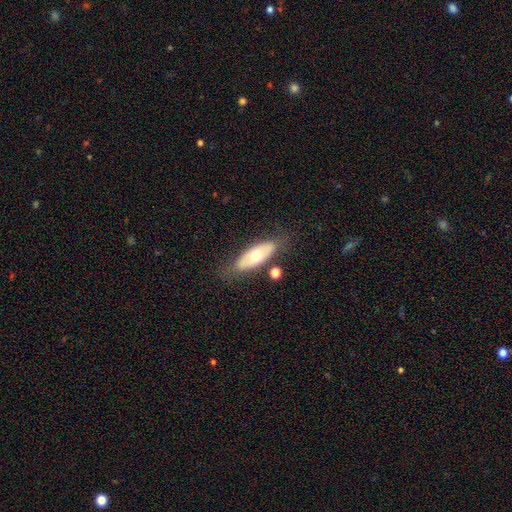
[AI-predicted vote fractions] smooth-or-featured: smooth: 51% | featured or disk: 43% | star or artifact: 6%
  how-rounded: in between: 75% | cigar-shaped: 22% | round: 3%
  merging: none: 74% | minor disturbance: 16% | major disturbance: 5% | merger: 5%